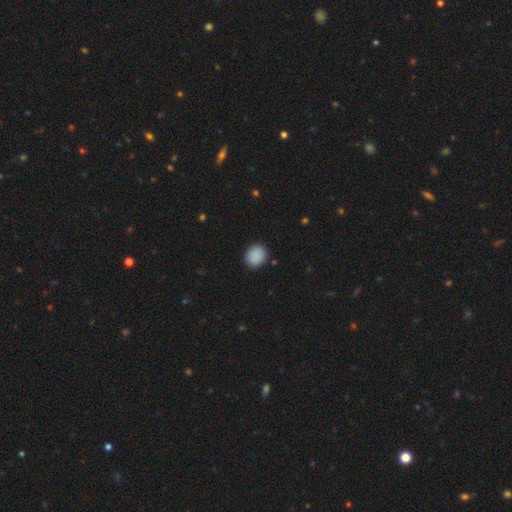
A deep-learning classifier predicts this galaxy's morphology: The model was most divided on "how rounded": round: 76%, in between: 23%, cigar-shaped: 1%. More confident: smooth or featured — smooth (89%); merging — none (89%).